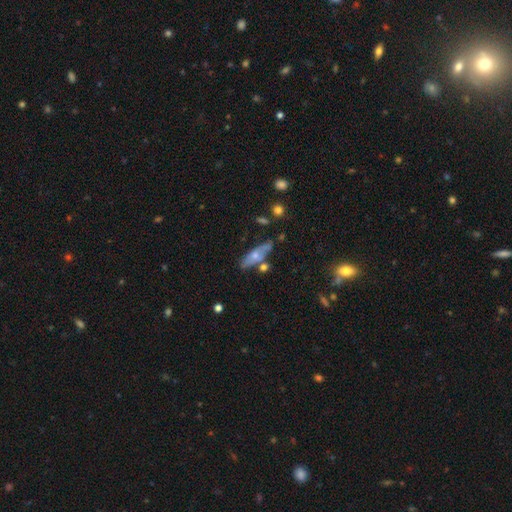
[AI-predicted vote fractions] This is possibly a smooth galaxy (48%). Merging: likely none (60%).